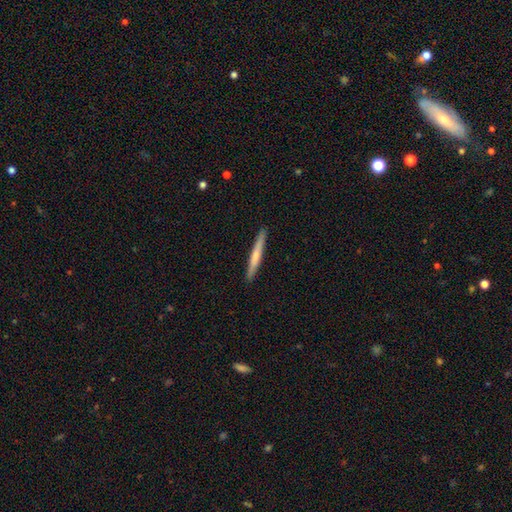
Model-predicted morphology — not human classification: Smooth or featured? Predicted: smooth (p=0.57). How rounded? Predicted: cigar-shaped (p=0.96). Merging? Predicted: none (p=0.92).